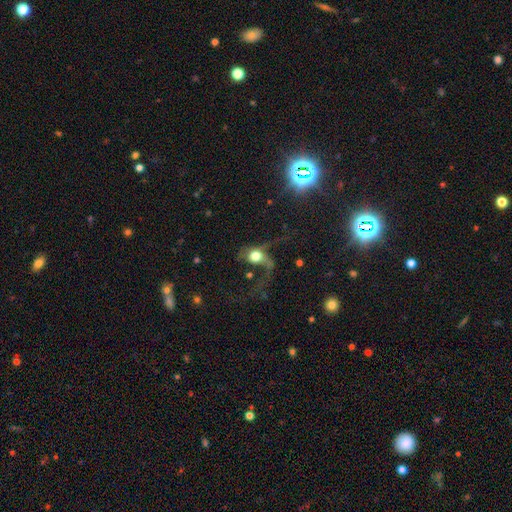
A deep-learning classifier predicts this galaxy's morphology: Smooth or featured? smooth (45%)
Merging? major disturbance (56%)